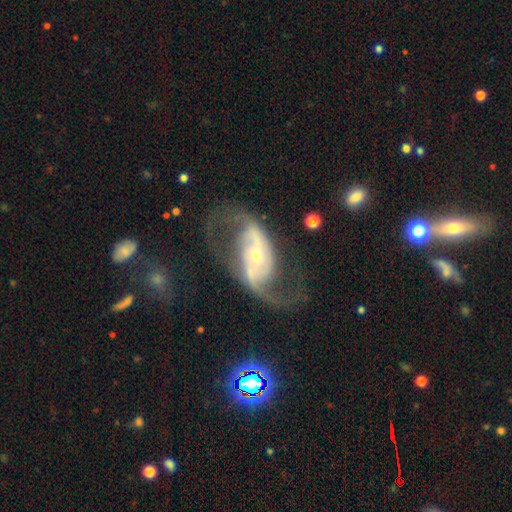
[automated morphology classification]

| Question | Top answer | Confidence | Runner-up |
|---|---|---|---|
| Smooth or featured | featured or disk | 88% | smooth (6%) |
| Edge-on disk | no | 96% | yes (4%) |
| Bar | no | 42% | weak (30%) |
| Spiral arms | yes | 95% | no (5%) |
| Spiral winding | loose | 51% | medium (39%) |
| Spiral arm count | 2 | 91% | can't tell (3%) |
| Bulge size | small | 56% | moderate (38%) |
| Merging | none | 64% | major disturbance (18%) |